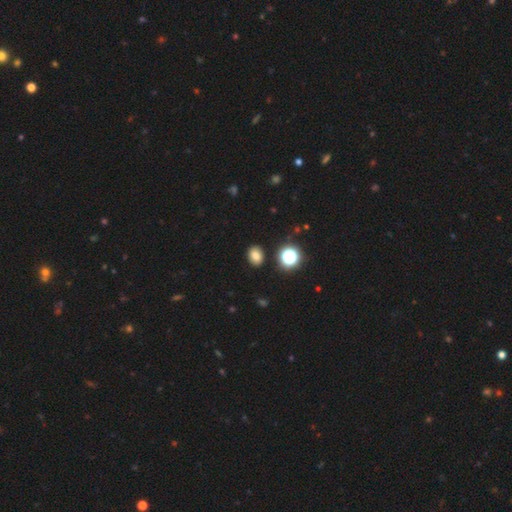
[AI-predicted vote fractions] A smooth galaxy with no disk features (78%) that is in between round and cigar-shaped (61%). Merging: none (88%).